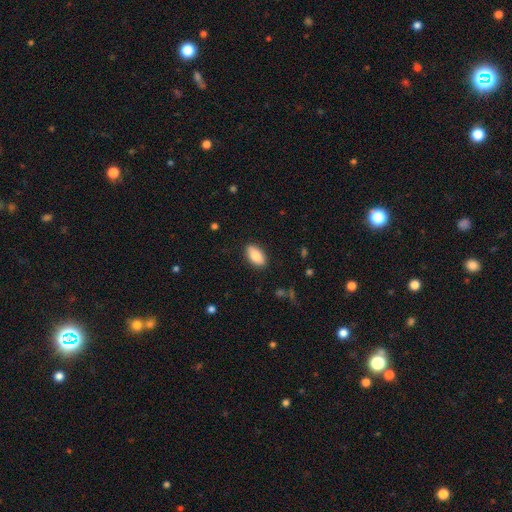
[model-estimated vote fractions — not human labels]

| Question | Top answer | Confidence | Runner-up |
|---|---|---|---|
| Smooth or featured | smooth | 84% | featured or disk (9%) |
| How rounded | in between | 92% | cigar-shaped (5%) |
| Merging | none | 87% | minor disturbance (9%) |